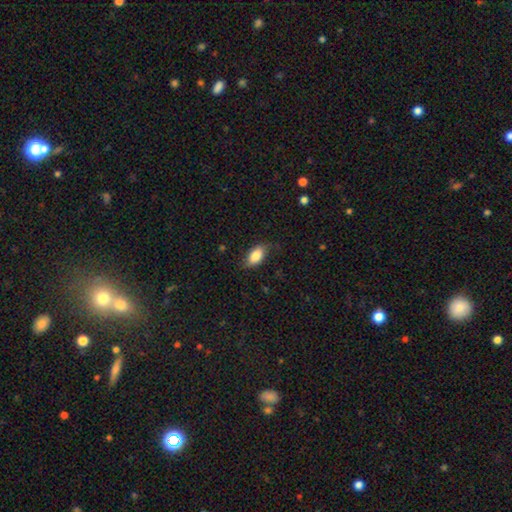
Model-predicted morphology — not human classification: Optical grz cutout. It shows a smooth galaxy with no disk features (82%) that is in between round and cigar-shaped (91%). Merging: none (73%).